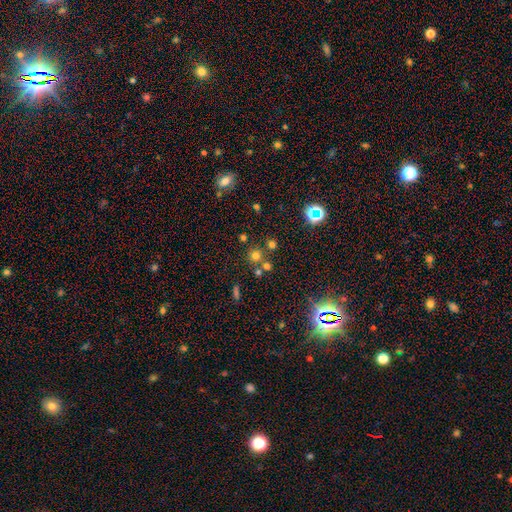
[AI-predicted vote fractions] Smooth or featured? Predicted: smooth (p=0.63). How rounded? Predicted: round (p=0.92). Merging? Predicted: none (p=0.70).